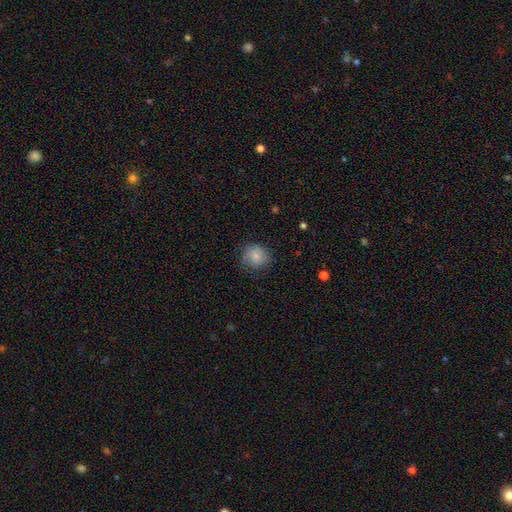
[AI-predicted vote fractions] Smooth or featured? smooth (84%)
How rounded? round (83%)
Merging? none (75%)